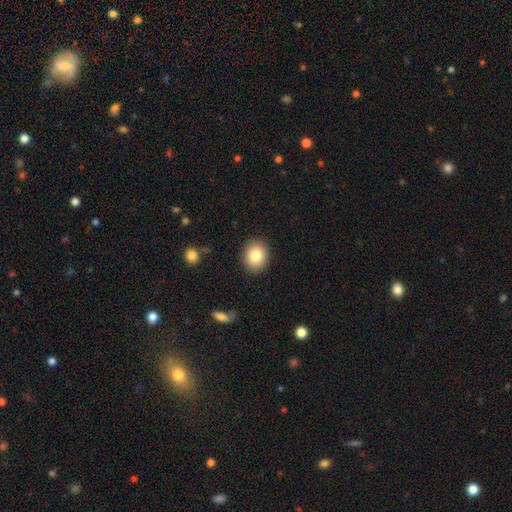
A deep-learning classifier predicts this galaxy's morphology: smooth 83%, star or artifact 9%, featured or disk 9%. Down the decision tree: how rounded — round (64%); merging — none (90%).